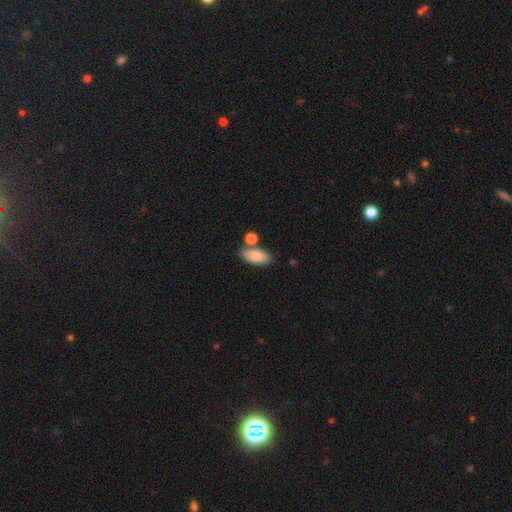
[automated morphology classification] Smooth or featured? Predicted: smooth (p=0.84). How rounded? Predicted: in between (p=0.88). Merging? Predicted: none (p=0.67).